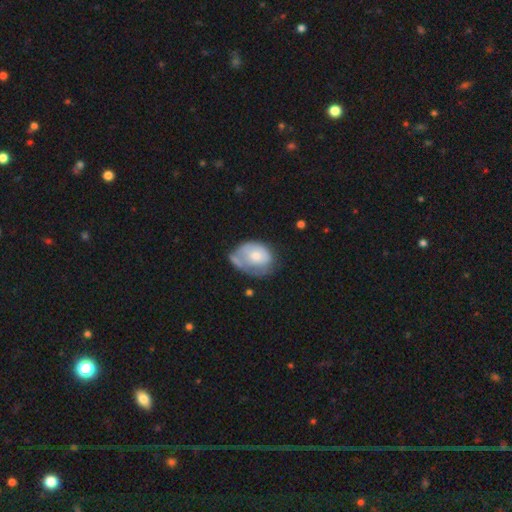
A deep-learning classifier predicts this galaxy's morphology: type=smooth (54%); roundness=in between (64%); merging=minor disturbance (35%).